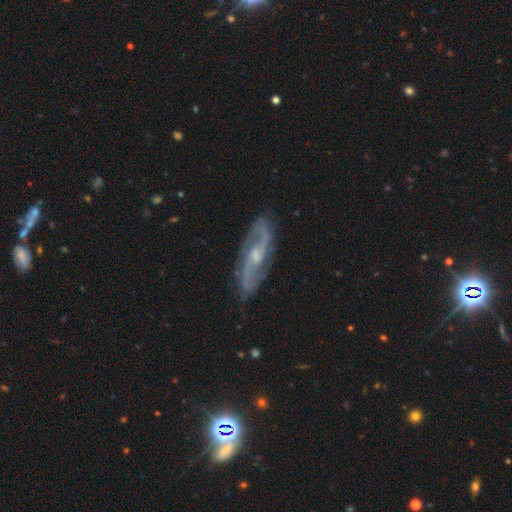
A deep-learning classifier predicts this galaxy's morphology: Smooth or featured: featured or disk — 85% (smooth — 9%)
Edge-on disk: no — 88% (yes — 12%)
Bar: weak — 47% (no — 40%)
Spiral arms: yes — 95% (no — 5%)
Spiral winding: medium — 46% (loose — 36%)
Spiral arm count: 2 — 86% (can't tell — 6%)
Bulge size: small — 48% (moderate — 45%)
Merging: none — 81% (minor disturbance — 14%)